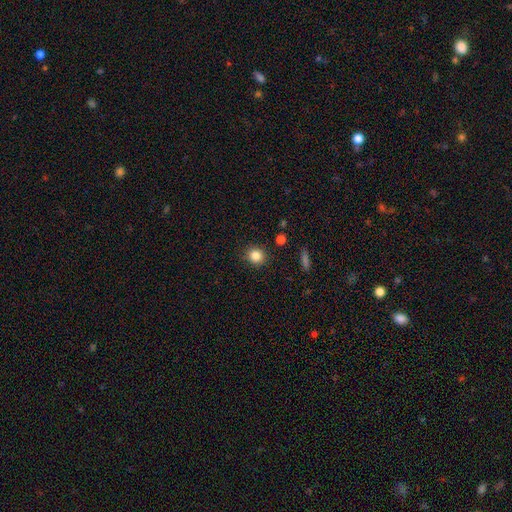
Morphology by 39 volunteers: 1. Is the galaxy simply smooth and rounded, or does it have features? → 92% smooth, 5% star or artifact, 3% featured or disk.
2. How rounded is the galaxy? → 92% round, 8% in between, 0% cigar-shaped.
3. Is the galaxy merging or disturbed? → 95% none, 5% minor disturbance, 0% major disturbance, 0% merger.